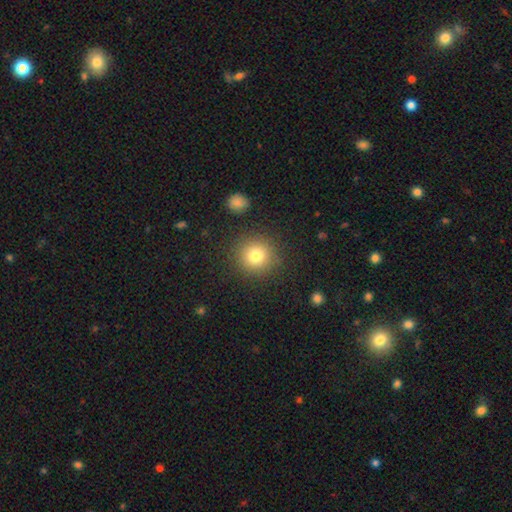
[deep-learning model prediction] This appears to be a smooth galaxy with no disk features (79%) that is round (93%). Merging: none (88%).